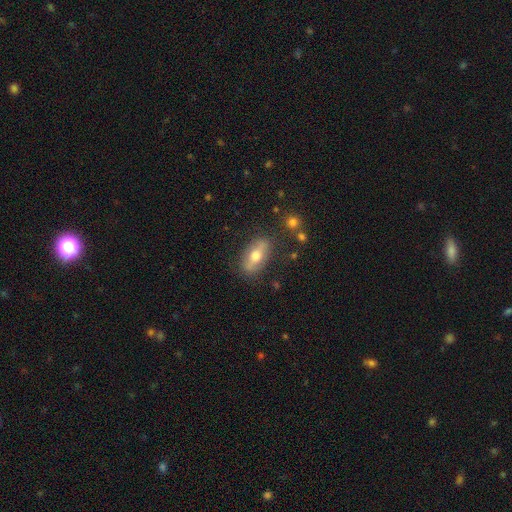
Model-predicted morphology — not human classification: The model was most divided on "smooth or featured": smooth: 51%, featured or disk: 42%, star or artifact: 7%. More confident: merging — none (82%); how rounded — in between (81%).